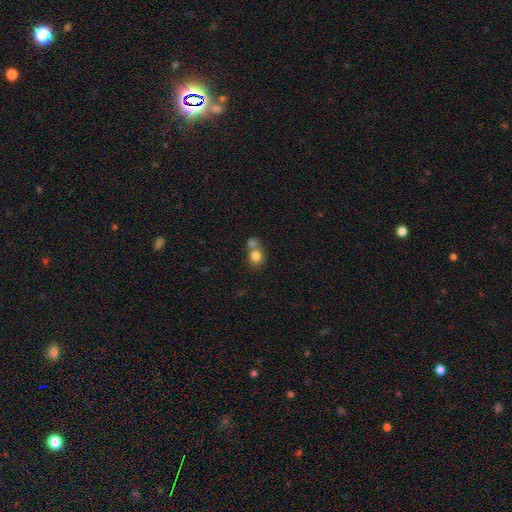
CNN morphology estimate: Smooth or featured? smooth (80%)
How rounded? round (75%)
Merging? merger (49%)